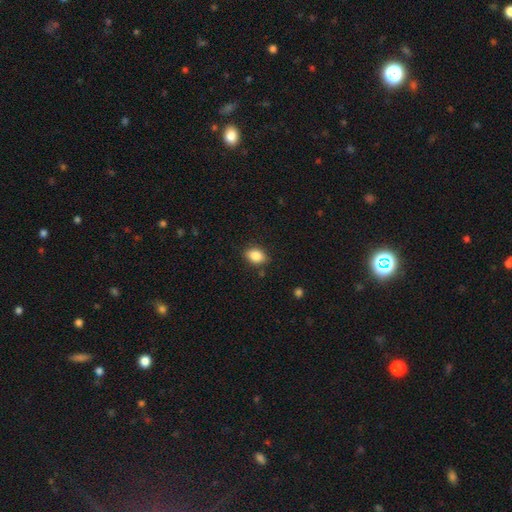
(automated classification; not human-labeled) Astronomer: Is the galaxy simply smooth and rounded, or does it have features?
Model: smooth — 87%.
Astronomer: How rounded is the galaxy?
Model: in between — 76%.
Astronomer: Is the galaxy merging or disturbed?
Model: none — 84%.